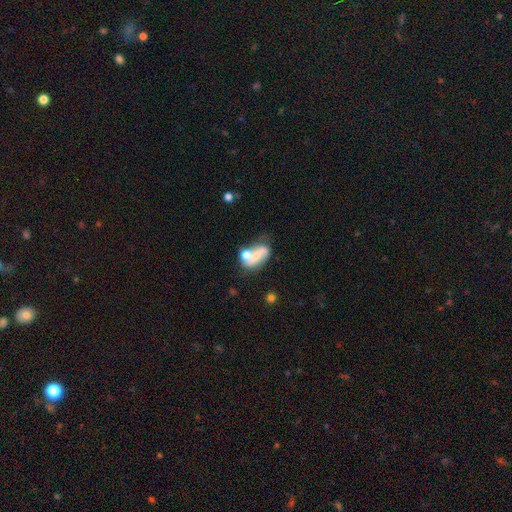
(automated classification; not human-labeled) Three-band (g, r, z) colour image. It shows a smooth galaxy with no disk features (53%) that is in between round and cigar-shaped (82%). Merging: merger (42%).